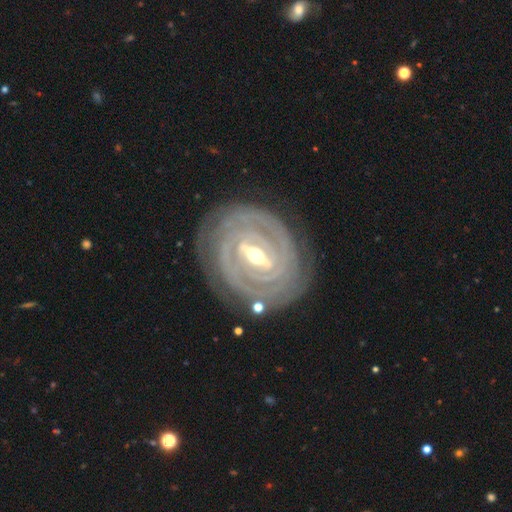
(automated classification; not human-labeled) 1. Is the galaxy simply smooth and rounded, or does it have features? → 92% featured or disk, 4% smooth, 4% star or artifact.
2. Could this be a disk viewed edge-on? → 95% no, 5% yes.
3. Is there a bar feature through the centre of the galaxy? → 65% strong, 28% weak, 7% no.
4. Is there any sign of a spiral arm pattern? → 96% yes, 4% no.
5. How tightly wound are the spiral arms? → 89% tight, 9% medium, 2% loose.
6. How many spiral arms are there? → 26% 2, 25% can't tell, 19% 3, 15% 4, 8% more than 4, 6% 1.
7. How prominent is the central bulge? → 65% moderate, 29% small, 5% large, 1% dominant, 1% none.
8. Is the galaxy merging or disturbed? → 82% none, 13% minor disturbance, 4% major disturbance, 2% merger.